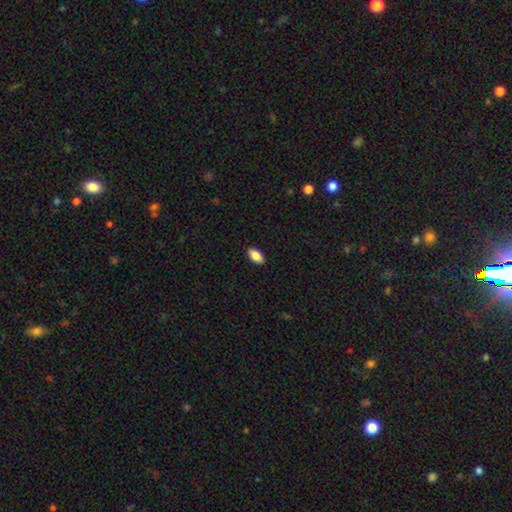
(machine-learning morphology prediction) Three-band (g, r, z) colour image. It shows a smooth galaxy with no disk features (88%) that is in between round and cigar-shaped (92%). Merging: none (90%).